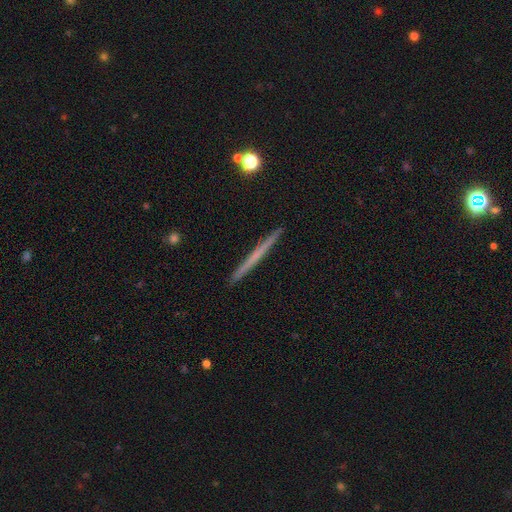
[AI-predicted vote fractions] Smooth or featured?
  - featured or disk: 49% *
  - smooth: 44%
  - star or artifact: 6%
Merging?
  - none: 93% *
  - minor disturbance: 5%
  - major disturbance: 1%
  - merger: 1%